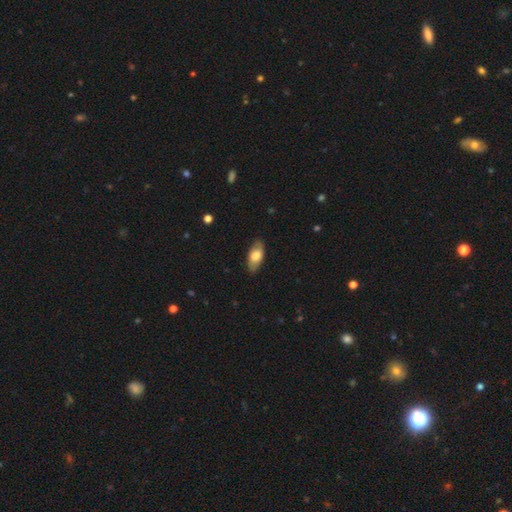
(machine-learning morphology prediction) Smooth or featured: smooth — 72% (featured or disk — 22%)
How rounded: in between — 89% (cigar-shaped — 8%)
Merging: none — 83% (minor disturbance — 13%)